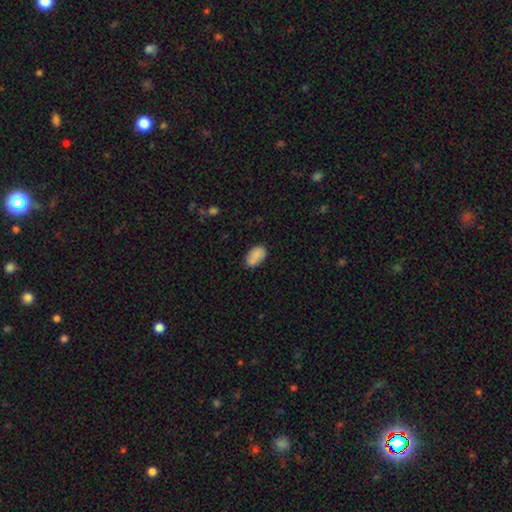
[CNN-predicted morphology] A smooth galaxy with no disk features (81%) that is in between round and cigar-shaped (90%).

Vote fractions:
- Smooth or featured? smooth: 81% / featured or disk: 11% / star or artifact: 8%
- How rounded? in between: 90% / round: 9% / cigar-shaped: 2%
- Merging? none: 59% / minor disturbance: 18% / merger: 18% / major disturbance: 5%